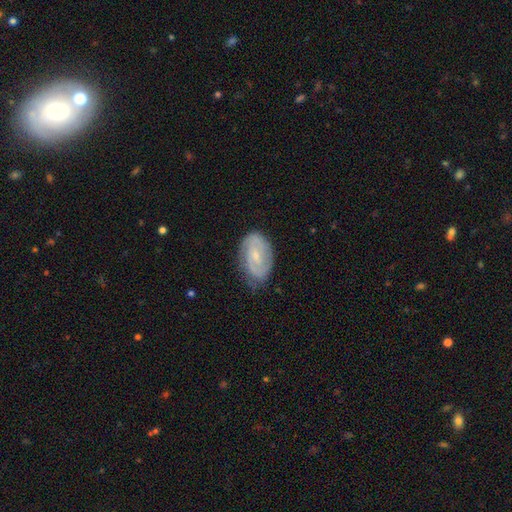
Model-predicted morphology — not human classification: Q: Smooth or featured?
A: featured or disk (72%); runner-up: smooth (22%)
Q: Edge-on disk?
A: no (96%); runner-up: yes (4%)
Q: Bar?
A: weak (47%); runner-up: no (40%)
Q: Spiral arms?
A: yes (88%); runner-up: no (12%)
Q: Spiral winding?
A: tight (46%); runner-up: medium (39%)
Q: Spiral arm count?
A: 2 (69%); runner-up: can't tell (19%)
Q: Bulge size?
A: small (70%); runner-up: moderate (24%)
Q: Merging?
A: none (70%); runner-up: minor disturbance (22%)